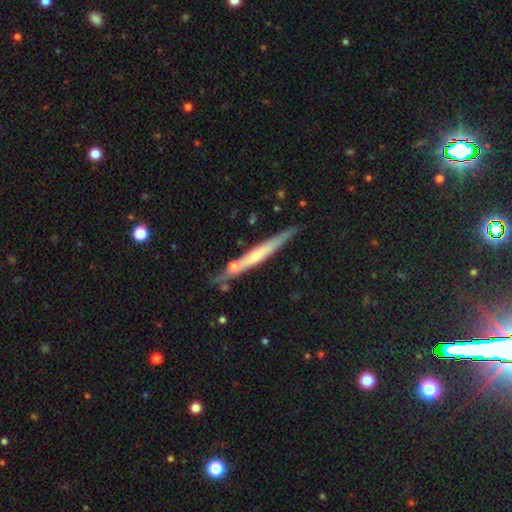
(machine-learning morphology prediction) This is possibly a featured or disk galaxy (57%). It is clearly viewed edge-on (94%). Edge-on bulge: possibly none (49%). Merging: likely none (76%).